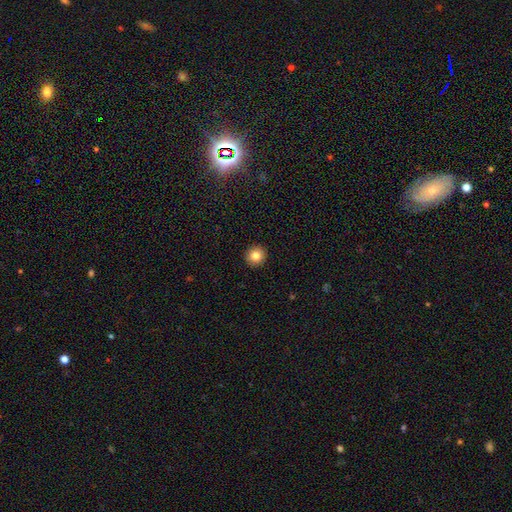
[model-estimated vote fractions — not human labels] A smooth galaxy with no disk features (82%) that is round (95%).

Vote fractions:
- Smooth or featured? smooth: 82% / star or artifact: 10% / featured or disk: 8%
- How rounded? round: 95% / in between: 4% / cigar-shaped: 1%
- Merging? none: 94% / minor disturbance: 4% / major disturbance: 1% / merger: 1%